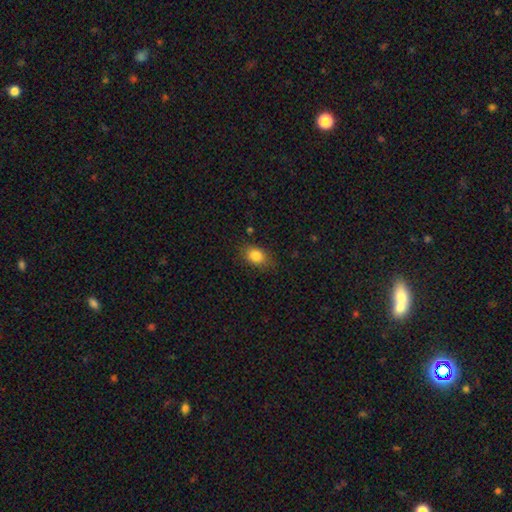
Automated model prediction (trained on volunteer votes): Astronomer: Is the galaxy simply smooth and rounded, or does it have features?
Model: smooth — 84%.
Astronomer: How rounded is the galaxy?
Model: in between — 75%.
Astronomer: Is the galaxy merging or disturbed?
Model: none — 79%.